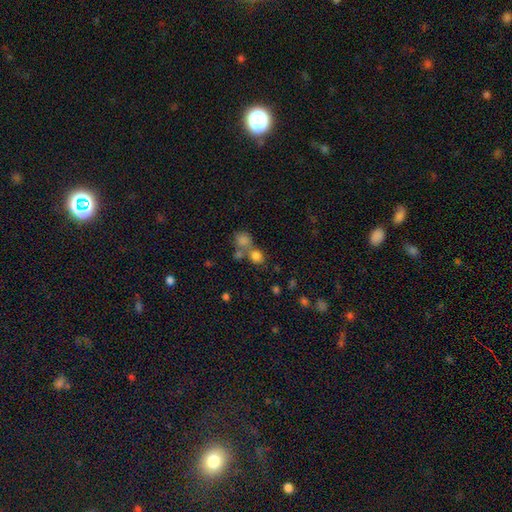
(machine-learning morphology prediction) smooth 76%, star or artifact 15%, featured or disk 9%. Down the decision tree: how rounded — round (74%); merging — none (45%).